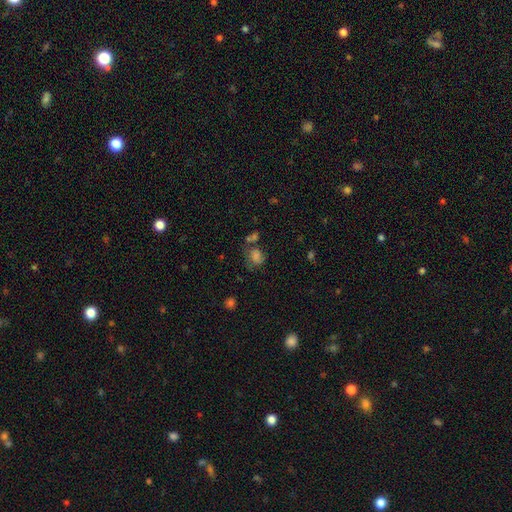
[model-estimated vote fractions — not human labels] Smooth or featured: smooth — 53% (star or artifact — 27%)
How rounded: in between — 51% (round — 47%)
Merging: none — 47% (minor disturbance — 19%)